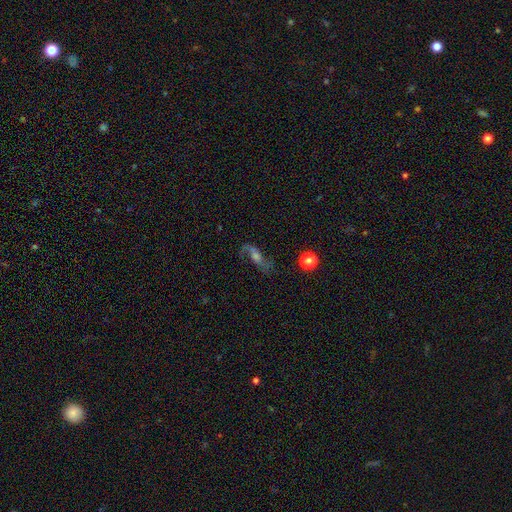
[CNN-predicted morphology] Overall: featured or disk (77%). Edge-on disk: no (89%). Bar: no (47%; weak 37%). Spiral arms: yes (94%). Spiral arm count: 2 (90%). Spiral winding: loose (72%). Bulge size: moderate (50%; small 29%). Merging: none (71%).